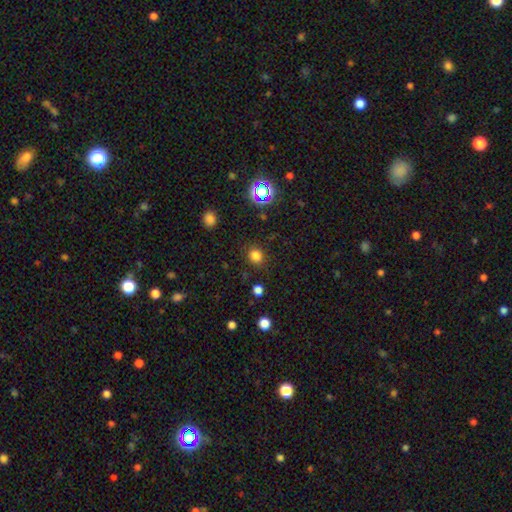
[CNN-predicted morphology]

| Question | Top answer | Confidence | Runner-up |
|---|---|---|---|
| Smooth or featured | smooth | 78% | star or artifact (18%) |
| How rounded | round | 86% | in between (13%) |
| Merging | none | 86% | minor disturbance (9%) |